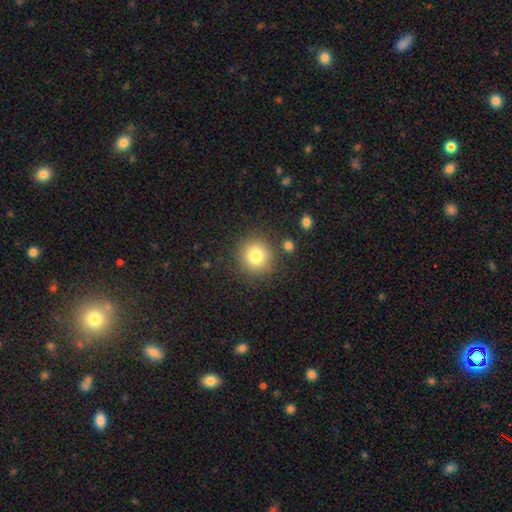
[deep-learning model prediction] Morphology: type=smooth (80%); roundness=round (92%); merging=none (84%).